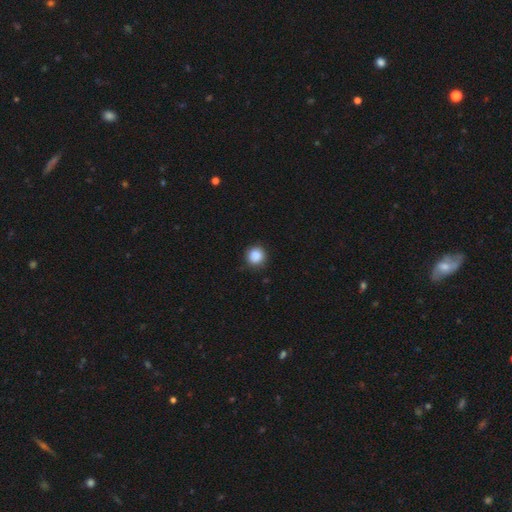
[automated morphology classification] Q: Smooth or featured?
A: smooth (88%); runner-up: star or artifact (9%)
Q: How rounded?
A: round (92%); runner-up: in between (7%)
Q: Merging?
A: none (87%); runner-up: minor disturbance (10%)